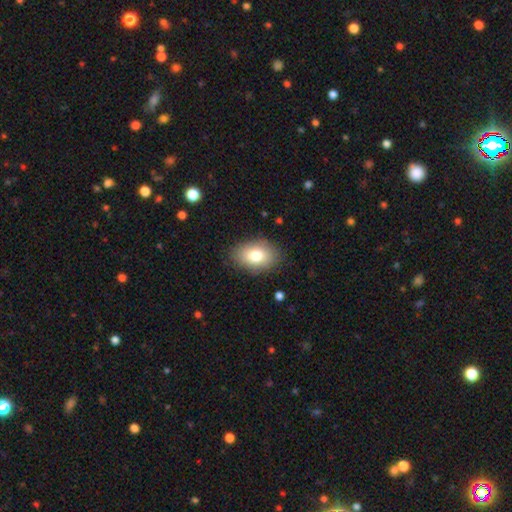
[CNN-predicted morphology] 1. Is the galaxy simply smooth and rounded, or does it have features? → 79% smooth, 13% featured or disk, 8% star or artifact.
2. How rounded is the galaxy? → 87% in between, 12% round, 1% cigar-shaped.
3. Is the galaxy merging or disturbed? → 84% none, 11% minor disturbance, 3% major disturbance, 1% merger.